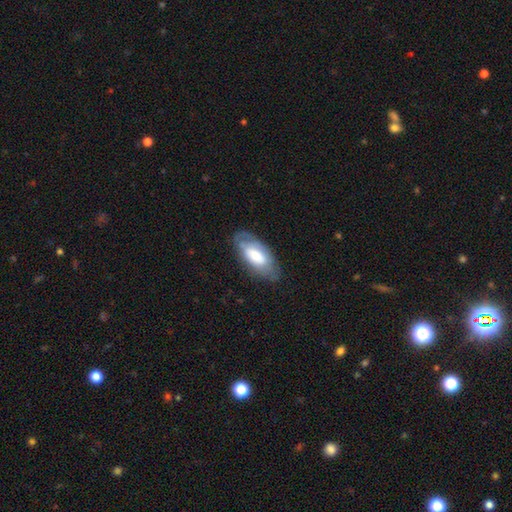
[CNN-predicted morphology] Overall: smooth (56%; featured or disk 38%). How rounded: in between (89%). Merging: none (69%).